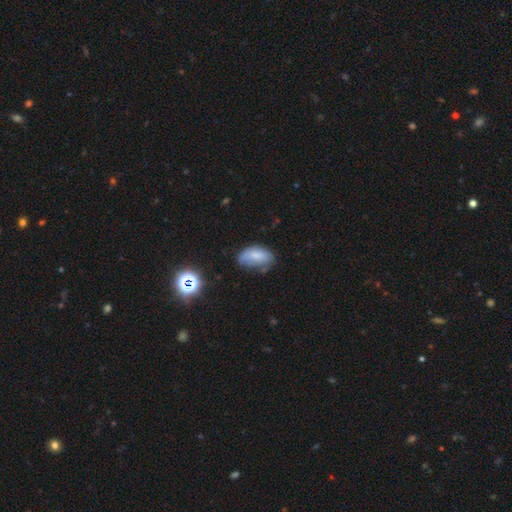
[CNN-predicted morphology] Smooth or featured: smooth — 70% (featured or disk — 19%)
How rounded: in between — 91% (round — 6%)
Merging: none — 48% (minor disturbance — 35%)